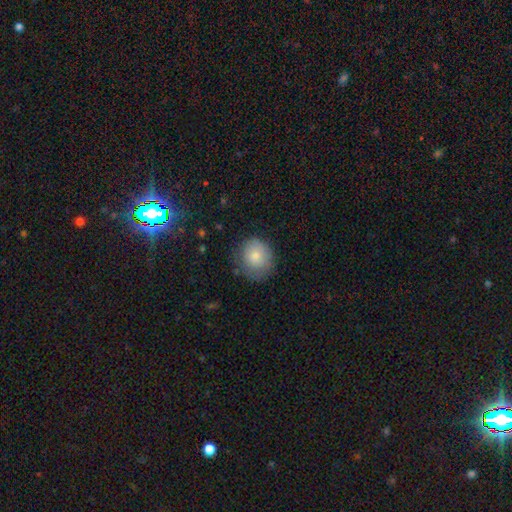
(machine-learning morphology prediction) Smooth or featured: smooth — 80% (featured or disk — 12%)
How rounded: round — 80% (in between — 20%)
Merging: none — 70% (minor disturbance — 22%)